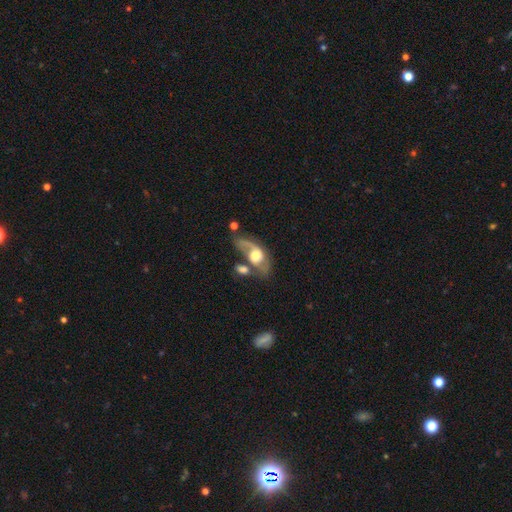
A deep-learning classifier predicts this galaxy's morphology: A featured or disk galaxy (60%) with no bar (71%), spiral arms (69%) and a moderate central bulge (49%).

Vote fractions:
- Smooth or featured? featured or disk: 60% / smooth: 33% / star or artifact: 7%
- Edge-on disk? no: 91% / yes: 9%
- Bar? no: 71% / weak: 23% / strong: 6%
- Spiral arms? yes: 69% / no: 31%
- Bulge size? moderate: 49% / large: 37% / small: 8% / dominant: 4% / none: 3%
- Merging? merger: 33% / none: 26% / major disturbance: 24% / minor disturbance: 16%